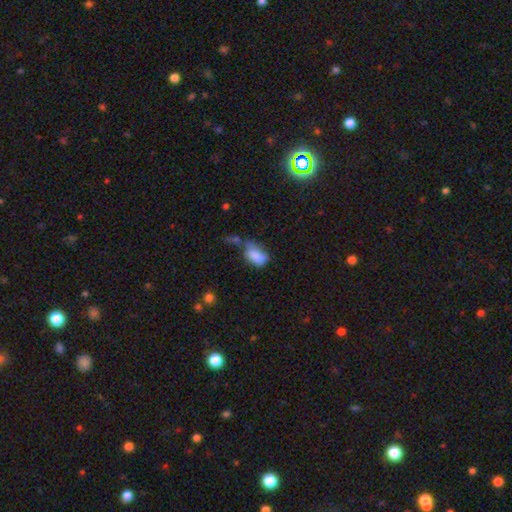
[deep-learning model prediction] A smooth galaxy with no disk features (77%) that is in between round and cigar-shaped (90%).

Vote fractions:
- Smooth or featured? smooth: 77% / featured or disk: 13% / star or artifact: 10%
- How rounded? in between: 90% / round: 7% / cigar-shaped: 3%
- Merging? minor disturbance: 27% / major disturbance: 26% / none: 24% / merger: 23%